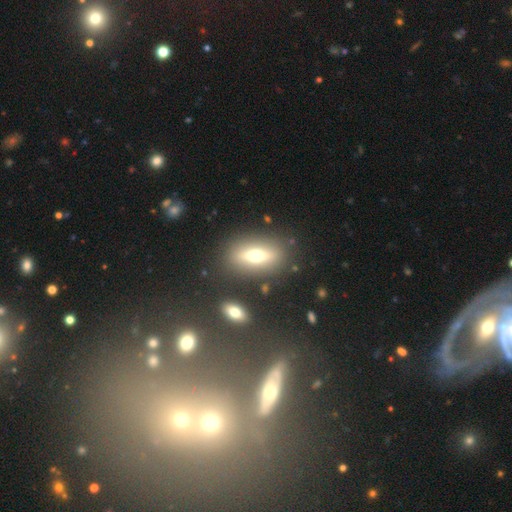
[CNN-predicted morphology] The model was most divided on "smooth or featured": smooth: 51%, featured or disk: 39%, star or artifact: 10%. More confident: merging — none (81%); how rounded — in between (69%).